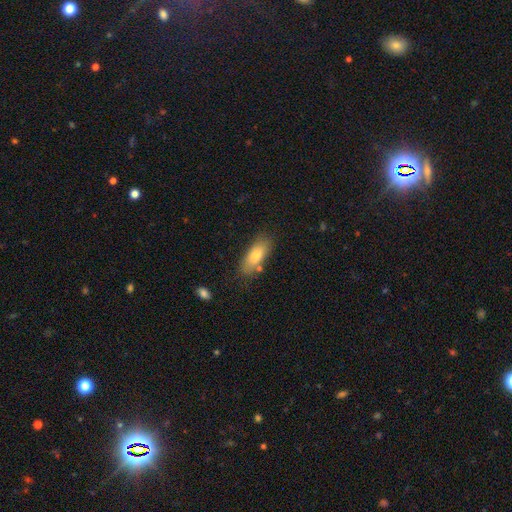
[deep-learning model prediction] Morphology: type=smooth (81%); roundness=in between (75%); merging=none (74%).